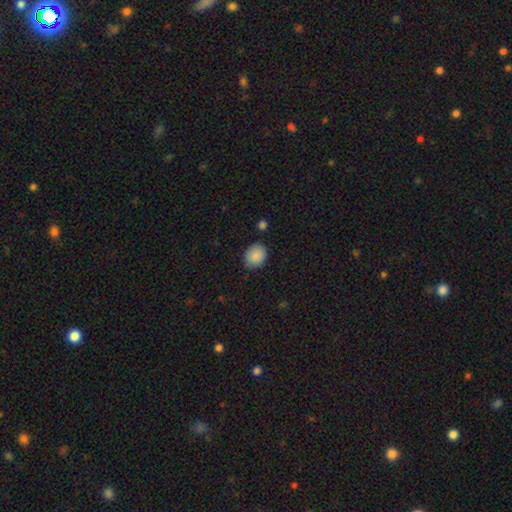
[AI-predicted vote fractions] This is clearly a smooth galaxy (89%). How rounded: possibly in between (52%). Merging: clearly none (83%).